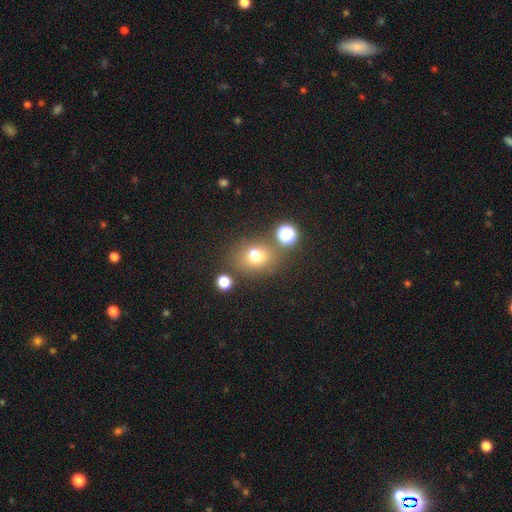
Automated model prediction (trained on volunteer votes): Morphology: type=smooth (72%); roundness=in between (50%); merging=none (62%).